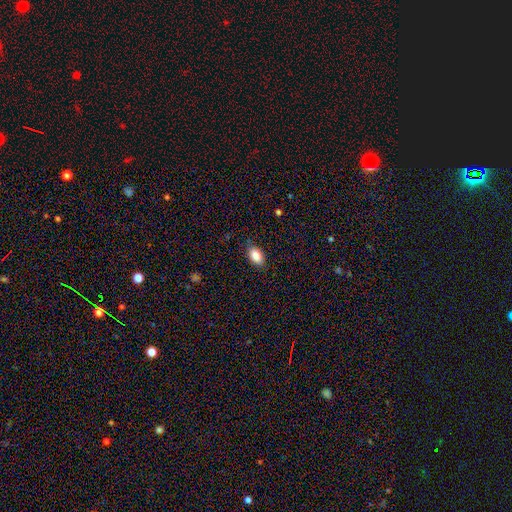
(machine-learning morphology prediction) smooth-or-featured: smooth: 86% | star or artifact: 8% | featured or disk: 6%
  how-rounded: in between: 91% | round: 7% | cigar-shaped: 2%
  merging: none: 85% | minor disturbance: 11% | major disturbance: 2% | merger: 1%